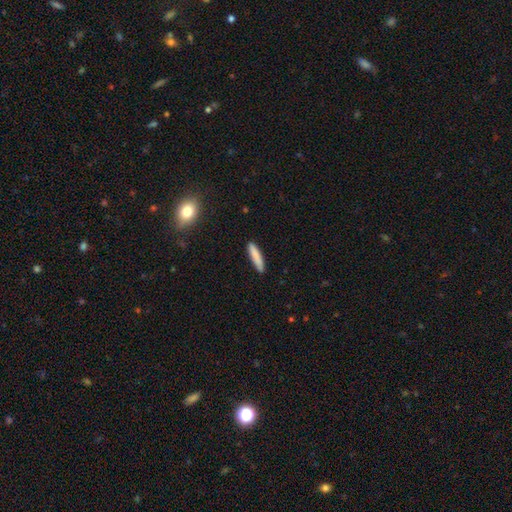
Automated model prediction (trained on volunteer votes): The model was most divided on "how rounded": cigar-shaped: 86%, in between: 13%, round: 1%. More confident: merging — none (87%); smooth or featured — smooth (85%).